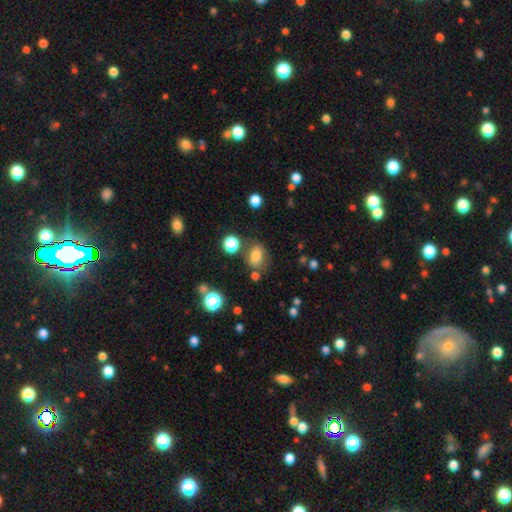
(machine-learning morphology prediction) Smooth or featured: smooth — 75% (star or artifact — 14%)
How rounded: in between — 70% (round — 29%)
Merging: none — 67% (minor disturbance — 18%)